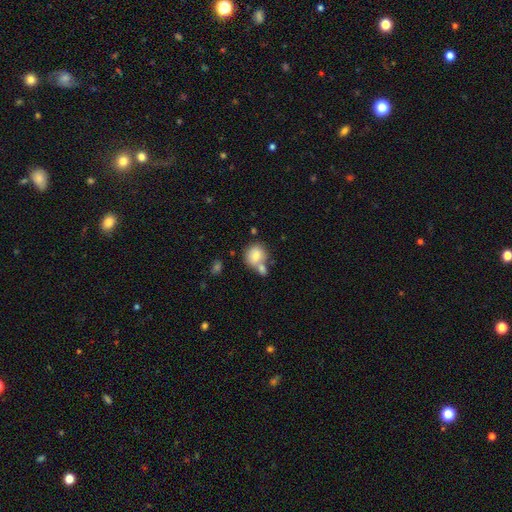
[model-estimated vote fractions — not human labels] Smooth or featured?
  - smooth: 79% *
  - featured or disk: 13%
  - star or artifact: 8%
How rounded?
  - round: 76% *
  - in between: 23%
  - cigar-shaped: 1%
Merging?
  - none: 44% *
  - merger: 40%
  - minor disturbance: 12%
  - major disturbance: 4%